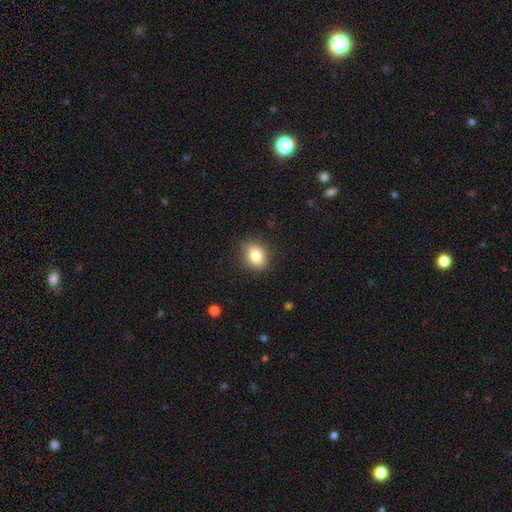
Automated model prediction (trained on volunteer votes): smooth_or_featured: smooth (p=0.84) [alt: star or artifact p=0.09]
how_rounded: in between (p=0.60) [alt: round p=0.39]
merging: none (p=0.86) [alt: minor disturbance p=0.11]